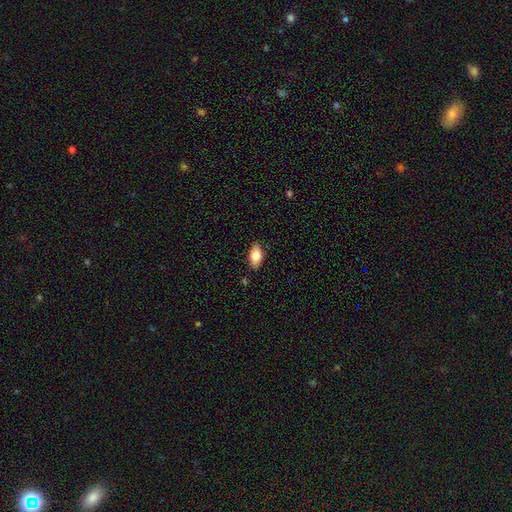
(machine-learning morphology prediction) smooth 77%, featured or disk 16%, star or artifact 7%. Down the decision tree: how rounded — in between (89%); merging — none (86%).